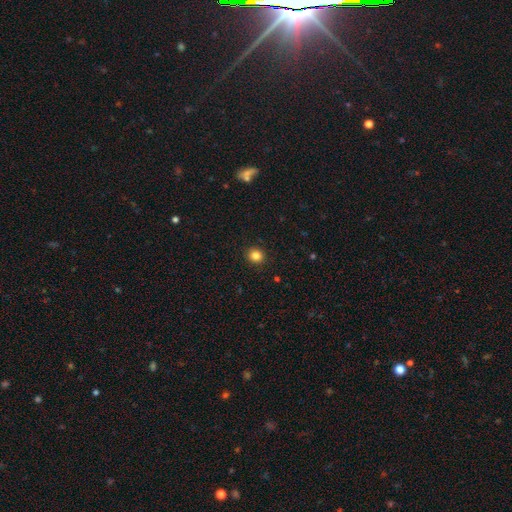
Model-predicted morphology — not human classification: smooth_or_featured: smooth (p=0.84) [alt: star or artifact p=0.11]
how_rounded: round (p=0.87) [alt: in between p=0.12]
merging: none (p=0.92) [alt: minor disturbance p=0.05]